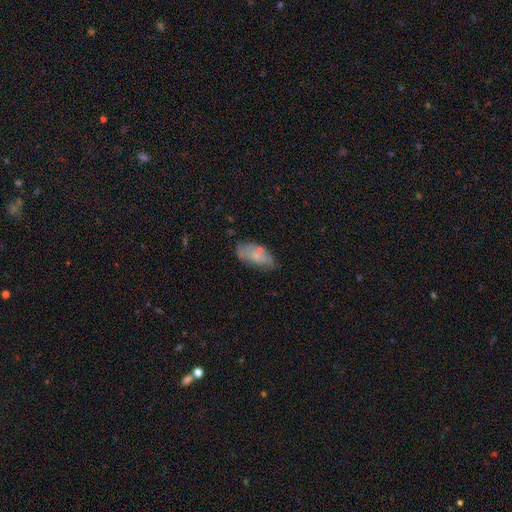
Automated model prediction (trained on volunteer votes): Smooth or featured? smooth (64%)
How rounded? in between (88%)
Merging? none (56%)